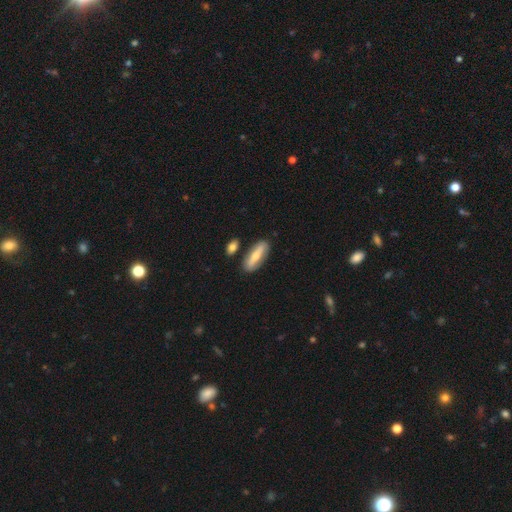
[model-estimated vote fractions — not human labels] smooth_or_featured: smooth (p=0.52) [alt: featured or disk p=0.42]
how_rounded: in between (p=0.55) [alt: cigar-shaped p=0.42]
merging: none (p=0.82) [alt: minor disturbance p=0.10]